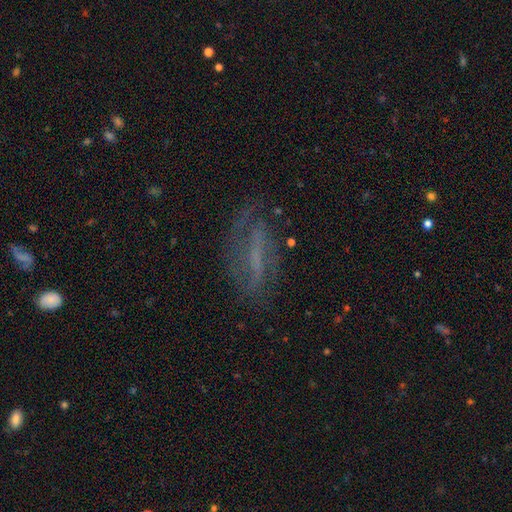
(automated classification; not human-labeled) Smooth or featured? Predicted: featured or disk (p=0.56). Edge-on disk? Predicted: no (p=0.73). Merging? Predicted: none (p=0.64).